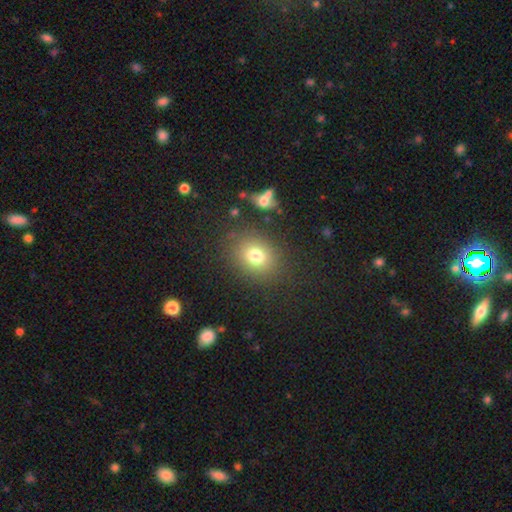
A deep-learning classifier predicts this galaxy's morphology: The model was most divided on "how rounded": round: 59%, in between: 40%, cigar-shaped: 1%. More confident: merging — none (82%); smooth or featured — smooth (76%).